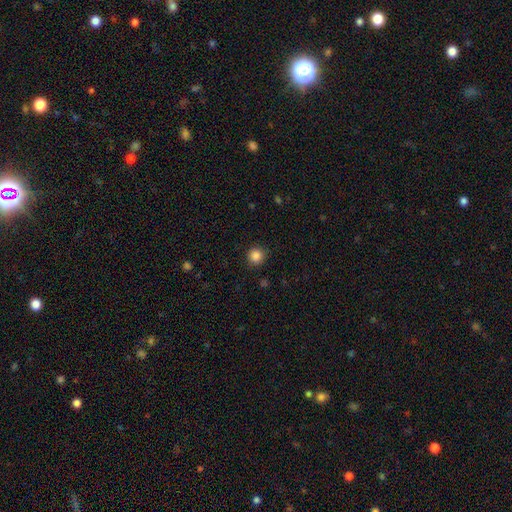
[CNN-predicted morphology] The model was most divided on "smooth or featured": smooth: 86%, star or artifact: 11%, featured or disk: 3%. More confident: how rounded — round (93%); merging — none (90%).